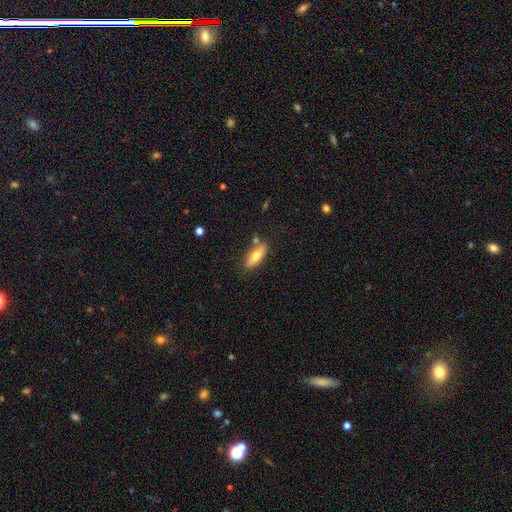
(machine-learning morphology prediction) This is likely a smooth galaxy (67%). How rounded: likely in between (61%). Merging: likely none (78%).